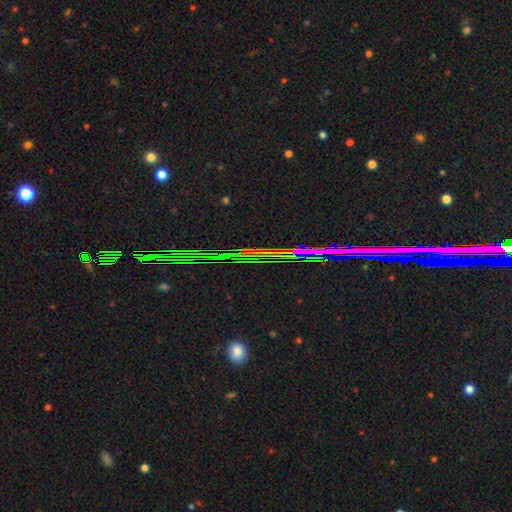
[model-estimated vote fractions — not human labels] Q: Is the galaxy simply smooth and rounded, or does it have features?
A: star or artifact — 84%.